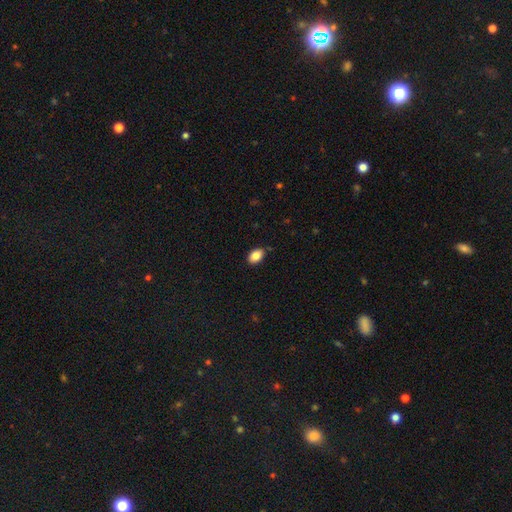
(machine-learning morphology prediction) smooth_or_featured: smooth (p=0.86) [alt: star or artifact p=0.08]
how_rounded: in between (p=0.87) [alt: round p=0.12]
merging: none (p=0.86) [alt: minor disturbance p=0.11]